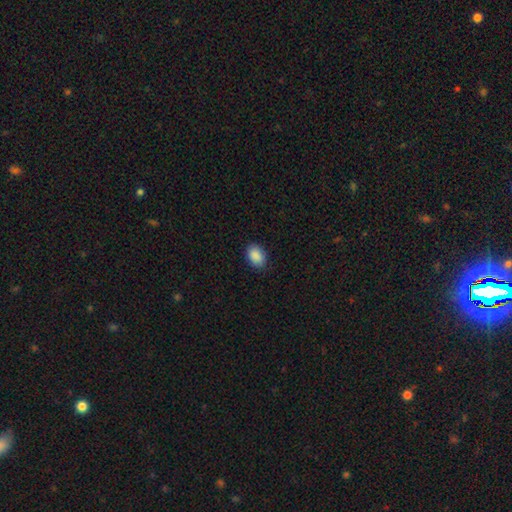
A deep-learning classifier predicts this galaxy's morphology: Smooth or featured?
  - smooth: 90% *
  - star or artifact: 7%
  - featured or disk: 3%
How rounded?
  - in between: 83% *
  - round: 16%
  - cigar-shaped: 1%
Merging?
  - none: 86% *
  - minor disturbance: 10%
  - major disturbance: 2%
  - merger: 1%